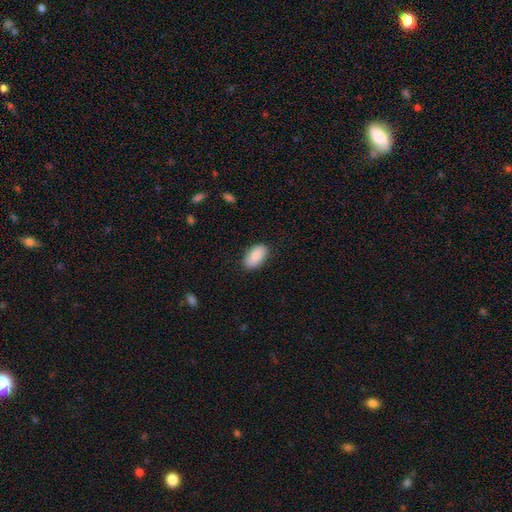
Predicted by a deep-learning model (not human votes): smooth-or-featured: smooth: 83% | featured or disk: 10% | star or artifact: 6%
  how-rounded: in between: 94% | round: 4% | cigar-shaped: 2%
  merging: none: 86% | minor disturbance: 10% | major disturbance: 2% | merger: 1%